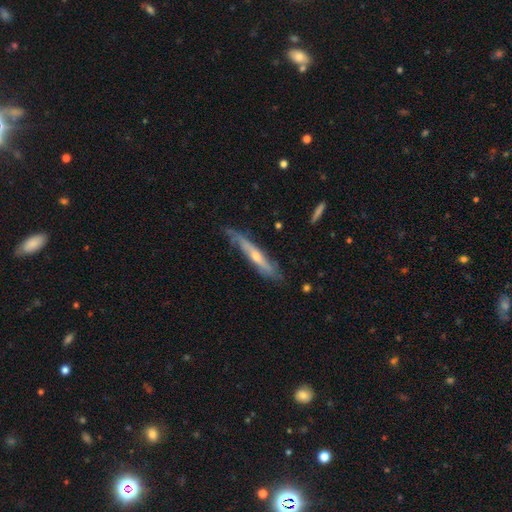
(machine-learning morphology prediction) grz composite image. It shows a featured or disk galaxy (67%) viewed edge-on (80%) with a rounded central bulge (72%). Merging: none (70%).